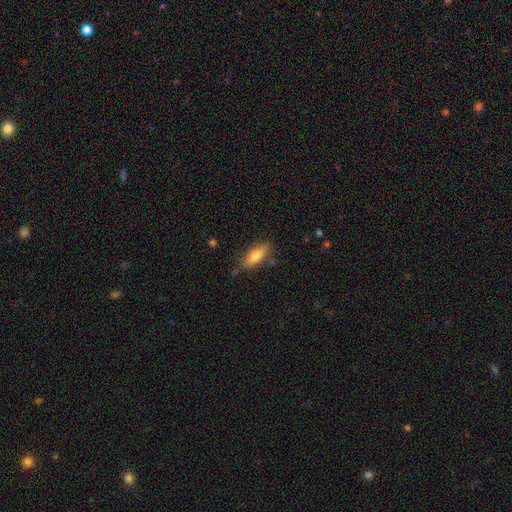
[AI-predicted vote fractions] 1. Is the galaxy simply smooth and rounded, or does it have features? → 75% smooth, 18% featured or disk, 7% star or artifact.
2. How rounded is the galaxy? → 63% in between, 35% cigar-shaped, 2% round.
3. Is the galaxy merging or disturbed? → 78% none, 15% minor disturbance, 4% merger, 3% major disturbance.